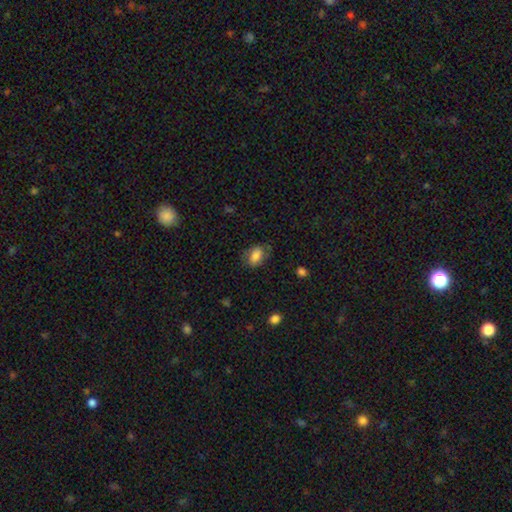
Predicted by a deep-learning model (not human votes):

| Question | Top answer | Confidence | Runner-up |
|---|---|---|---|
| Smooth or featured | smooth | 72% | featured or disk (20%) |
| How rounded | in between | 82% | round (16%) |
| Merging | none | 66% | minor disturbance (23%) |